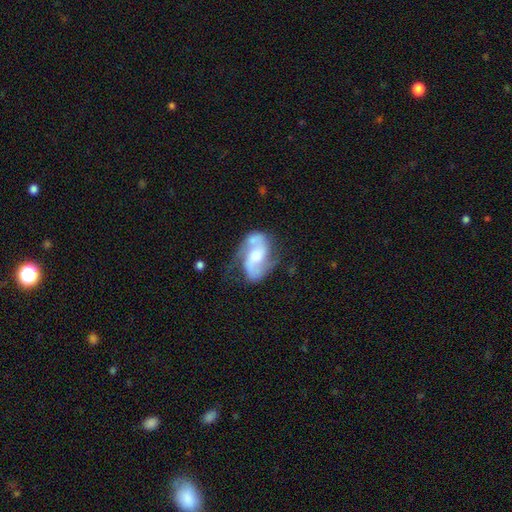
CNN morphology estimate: This is clearly a featured or disk galaxy (83%). It is clearly not viewed edge-on (97%). Bar: marginally no (42%). Spiral arm pattern: clearly yes (95%). Spiral arm count: clearly 2 (89%). Spiral winding: possibly medium (49%). Central bulge: possibly moderate (57%). Merging: possibly none (57%).